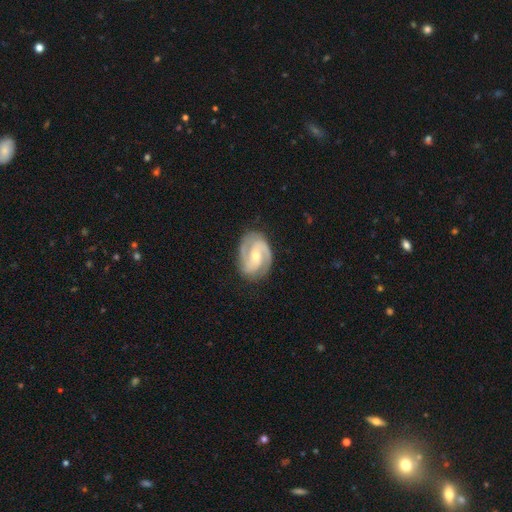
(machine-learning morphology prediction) featured or disk 89%, smooth 7%, star or artifact 4%. Down the decision tree: edge-on disk — no (98%); bar — weak (41%); spiral arms — yes (98%); spiral arm count — 2 (77%); spiral winding — medium (51%); bulge size — small (54%); merging — none (80%).